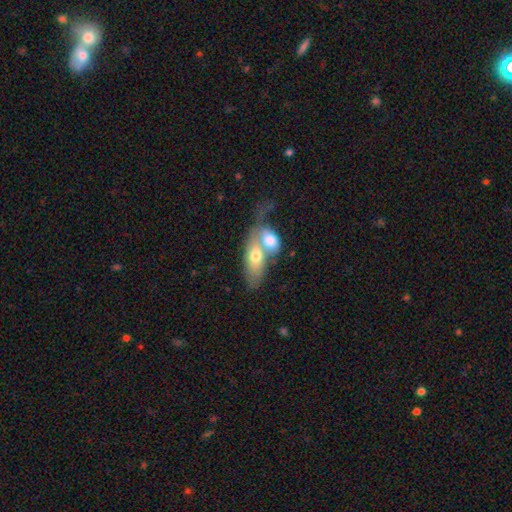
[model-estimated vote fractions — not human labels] Q: Smooth or featured?
A: smooth (64%); runner-up: featured or disk (30%)
Q: How rounded?
A: in between (82%); runner-up: cigar-shaped (10%)
Q: Merging?
A: merger (72%); runner-up: none (14%)